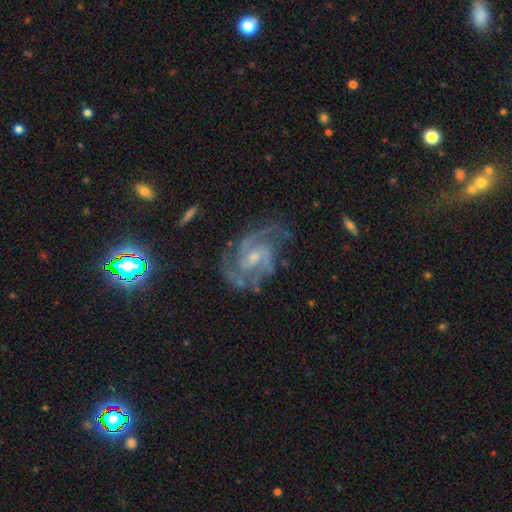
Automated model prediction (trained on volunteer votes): smooth-or-featured: featured or disk: 91% | star or artifact: 5% | smooth: 5%
  disk-edge-on: no: 98% | yes: 2%
    bar: weak: 55% | no: 33% | strong: 13%
    has-spiral-arms: yes: 97% | no: 3%
      spiral-winding: medium: 55% | tight: 34% | loose: 12%
      spiral-arm-count: 2: 57% | 3: 22% | can't tell: 10% | 4: 4% | 1: 4% | more than 4: 3%
    bulge-size: small: 54% | moderate: 37% | none: 6% | large: 2% | dominant: 1%
  merging: none: 67% | minor disturbance: 20% | major disturbance: 11% | merger: 2%